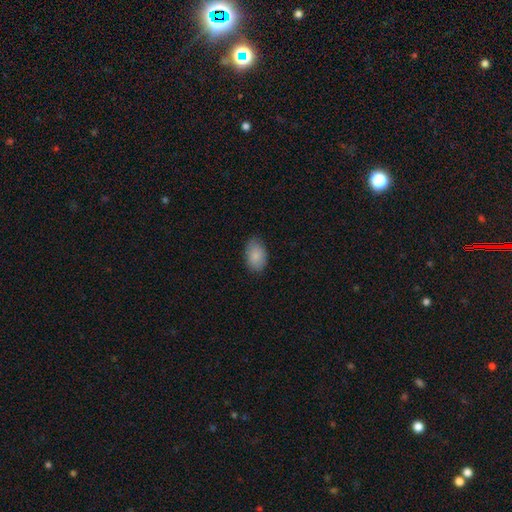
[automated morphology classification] Overall: smooth (87%). How rounded: in between (89%). Merging: none (82%).